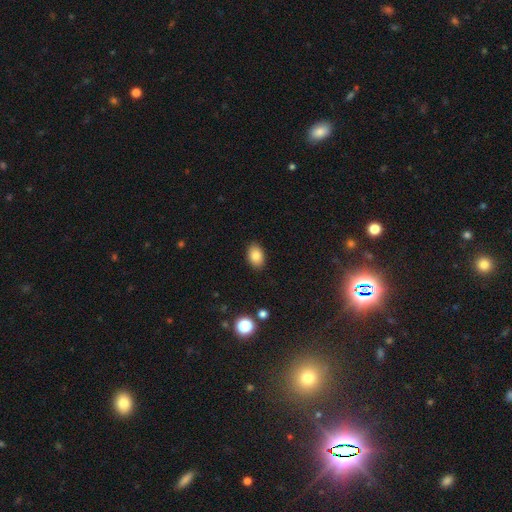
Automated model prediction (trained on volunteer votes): Smooth or featured? Predicted: smooth (p=0.84). How rounded? Predicted: in between (p=0.84). Merging? Predicted: none (p=0.88).